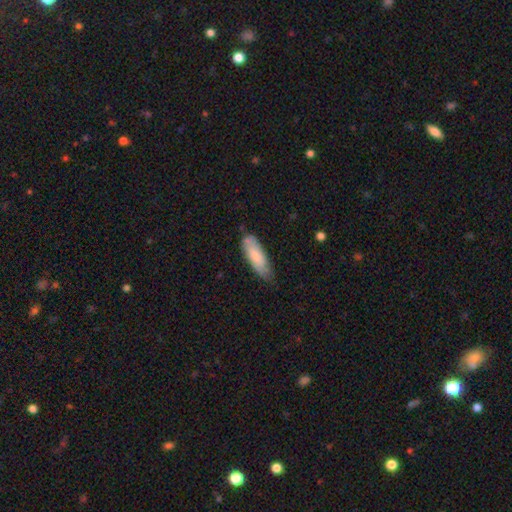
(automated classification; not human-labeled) smooth-or-featured: smooth: 79% | featured or disk: 16% | star or artifact: 6%
  how-rounded: in between: 59% | cigar-shaped: 40% | round: 1%
  merging: none: 62% | minor disturbance: 30% | major disturbance: 5% | merger: 3%